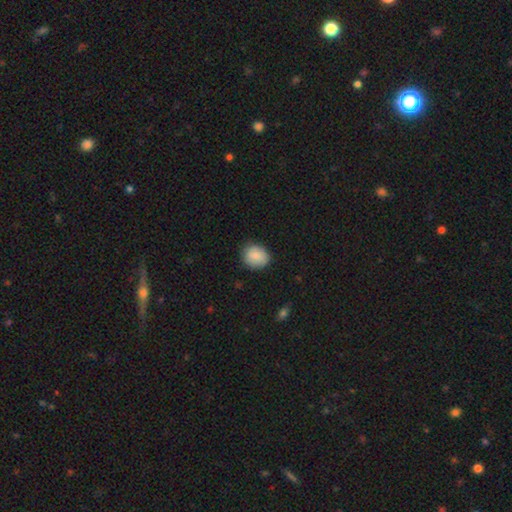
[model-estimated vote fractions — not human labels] A smooth galaxy with no disk features (88%) that is round (69%).

Vote fractions:
- Smooth or featured? smooth: 88% / star or artifact: 7% / featured or disk: 5%
- How rounded? round: 69% / in between: 30% / cigar-shaped: 1%
- Merging? none: 83% / minor disturbance: 14% / major disturbance: 3% / merger: 1%